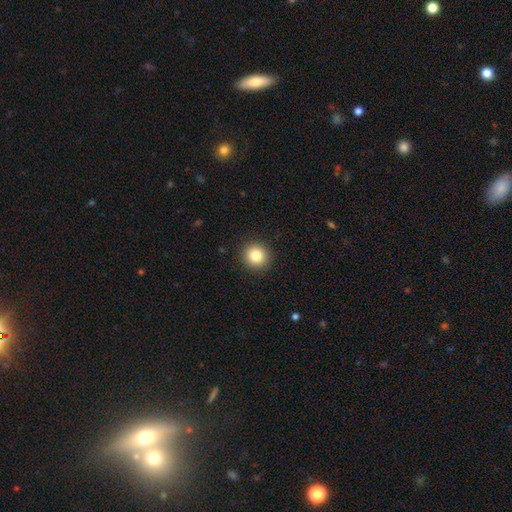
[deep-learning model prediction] Smooth or featured?
  - smooth: 84% *
  - star or artifact: 10%
  - featured or disk: 6%
How rounded?
  - round: 94% *
  - in between: 5%
  - cigar-shaped: 1%
Merging?
  - none: 92% *
  - minor disturbance: 5%
  - major disturbance: 2%
  - merger: 1%